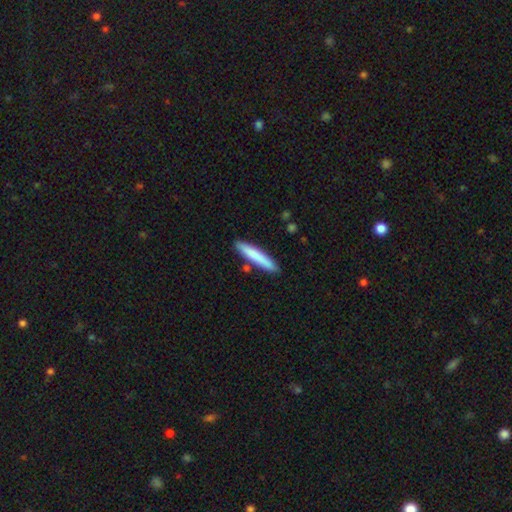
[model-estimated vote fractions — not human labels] smooth_or_featured: smooth (p=0.77) [alt: featured or disk p=0.18]
how_rounded: cigar-shaped (p=0.93) [alt: in between p=0.06]
merging: none (p=0.85) [alt: minor disturbance p=0.09]